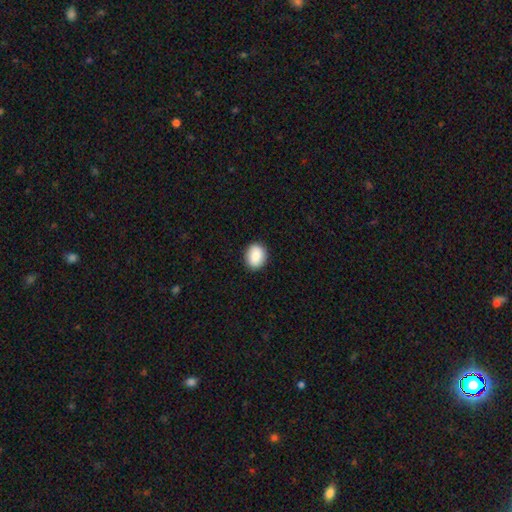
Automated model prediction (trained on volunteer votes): This is clearly a smooth galaxy (86%). How rounded: possibly in between (53%). Merging: clearly none (89%).